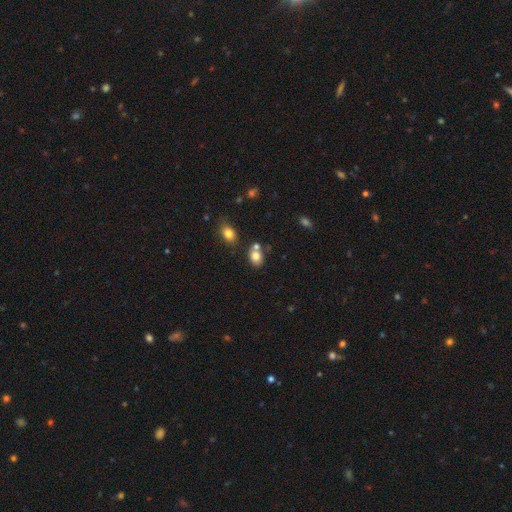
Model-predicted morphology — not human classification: smooth 79%, star or artifact 11%, featured or disk 10%. Down the decision tree: how rounded — in between (55%); merging — none (56%).